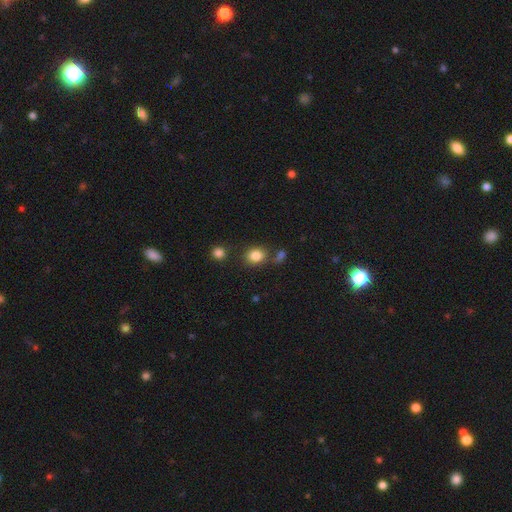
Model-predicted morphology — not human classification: Smooth or featured: smooth — 84% (star or artifact — 10%)
How rounded: round — 58% (in between — 41%)
Merging: none — 70% (minor disturbance — 13%)